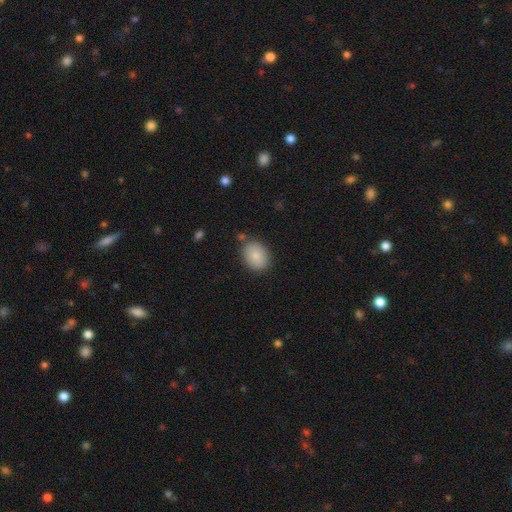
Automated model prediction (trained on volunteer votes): Q: Smooth or featured?
A: smooth (84%); runner-up: featured or disk (9%)
Q: How rounded?
A: in between (66%); runner-up: round (33%)
Q: Merging?
A: none (78%); runner-up: minor disturbance (14%)